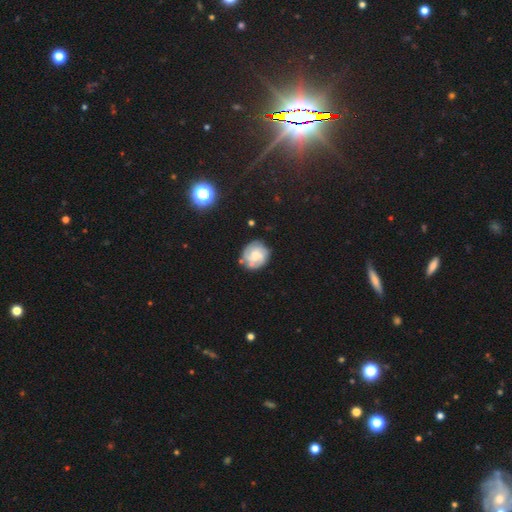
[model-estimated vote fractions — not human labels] Smooth or featured: featured or disk — 62% (smooth — 30%)
Edge-on disk: no — 98% (yes — 2%)
Bar: no — 68% (weak — 27%)
Spiral arms: yes — 86% (no — 14%)
Spiral winding: tight — 59% (medium — 31%)
Spiral arm count: can't tell — 35% (3 — 27%)
Bulge size: moderate — 33% (small — 29%)
Merging: none — 73% (minor disturbance — 18%)